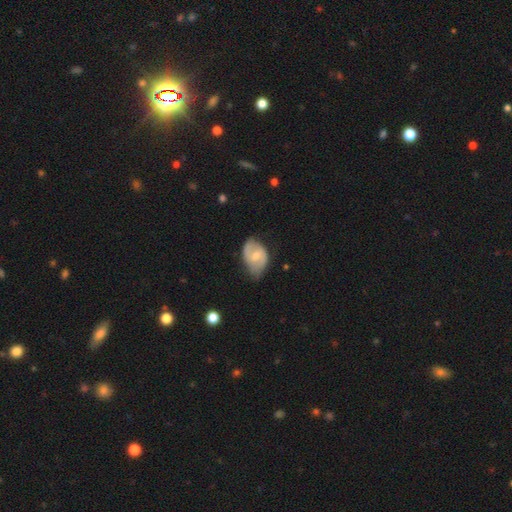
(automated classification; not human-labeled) Q: Smooth or featured?
A: featured or disk (56%); runner-up: smooth (38%)
Q: Edge-on disk?
A: no (96%); runner-up: yes (4%)
Q: Bar?
A: weak (50%); runner-up: no (40%)
Q: Spiral arms?
A: yes (78%); runner-up: no (22%)
Q: Bulge size?
A: moderate (54%); runner-up: small (39%)
Q: Merging?
A: none (52%); runner-up: minor disturbance (37%)